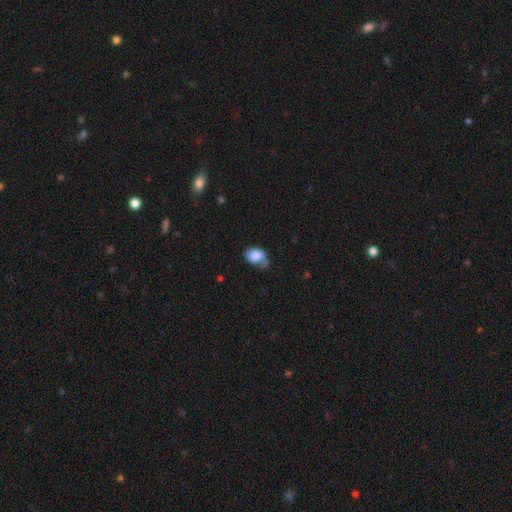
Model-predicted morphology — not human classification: Smooth or featured? smooth (76%)
How rounded? in between (76%)
Merging? minor disturbance (38%)